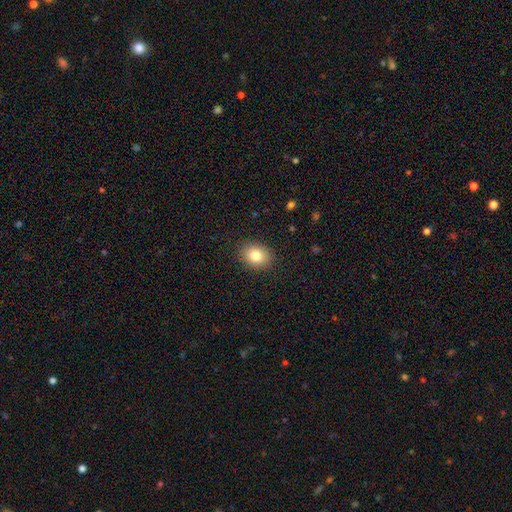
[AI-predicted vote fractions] Q: Smooth or featured?
A: smooth (82%); runner-up: star or artifact (9%)
Q: How rounded?
A: in between (54%); runner-up: round (45%)
Q: Merging?
A: none (89%); runner-up: minor disturbance (8%)